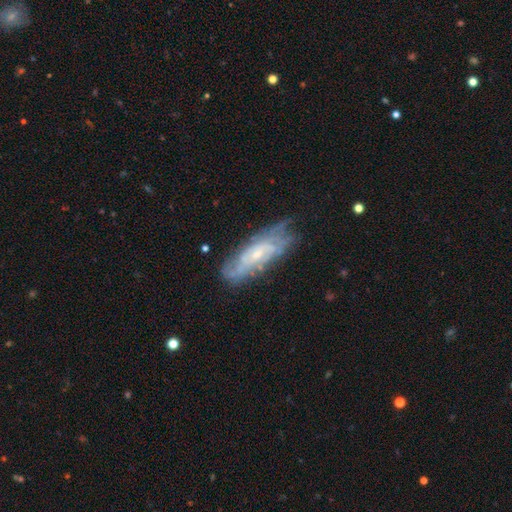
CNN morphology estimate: Q: Smooth or featured?
A: featured or disk (65%); runner-up: smooth (26%)
Q: Edge-on disk?
A: no (75%); runner-up: yes (25%)
Q: Merging?
A: none (70%); runner-up: minor disturbance (21%)